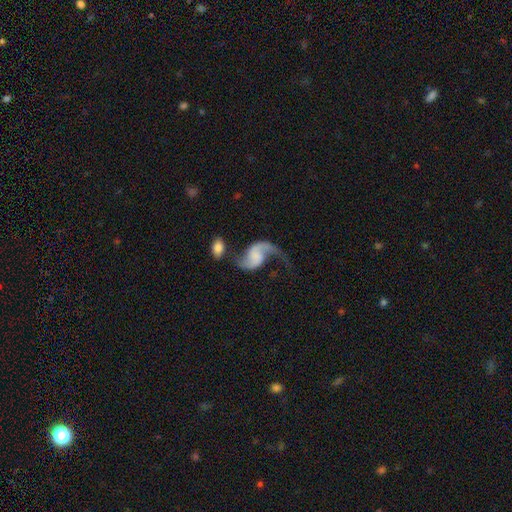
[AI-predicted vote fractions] smooth-or-featured: featured or disk: 86% | smooth: 9% | star or artifact: 5%
  disk-edge-on: no: 98% | yes: 2%
    bar: no: 56% | weak: 34% | strong: 11%
    has-spiral-arms: yes: 95% | no: 5%
      spiral-winding: loose: 85% | medium: 13% | tight: 3%
      spiral-arm-count: 2: 86% | 1: 10% | can't tell: 1% | 3: 1% | 4: 1% | more than 4: 1%
    bulge-size: none: 62% | small: 15% | moderate: 11% | large: 8% | dominant: 3%
  merging: none: 45% | major disturbance: 22% | minor disturbance: 19% | merger: 14%